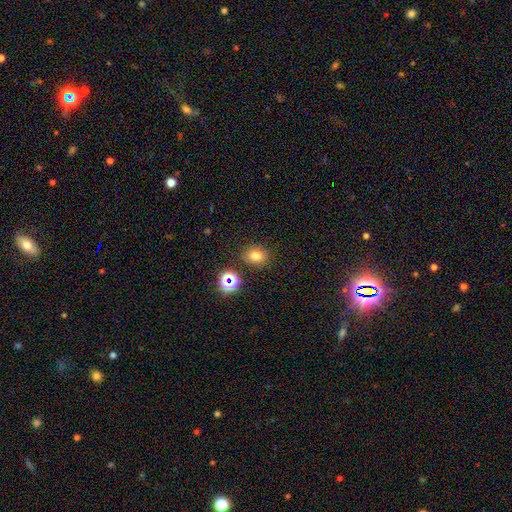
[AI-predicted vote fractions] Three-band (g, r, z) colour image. It shows a smooth galaxy with no disk features (73%) that is round (61%). Merging: none (83%).